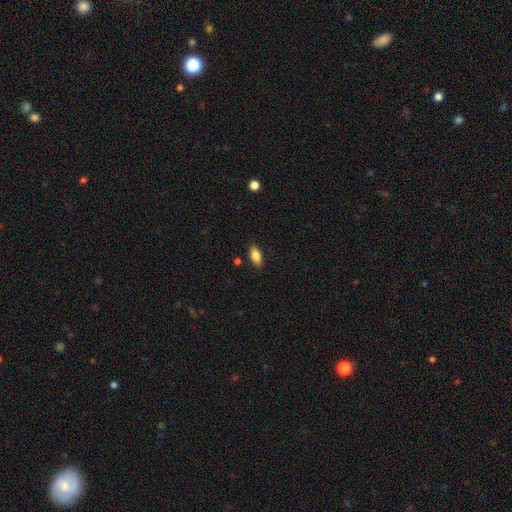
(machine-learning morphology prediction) This appears to be a smooth galaxy with no disk features (84%) that is in between round and cigar-shaped (85%). Merging: none (87%).